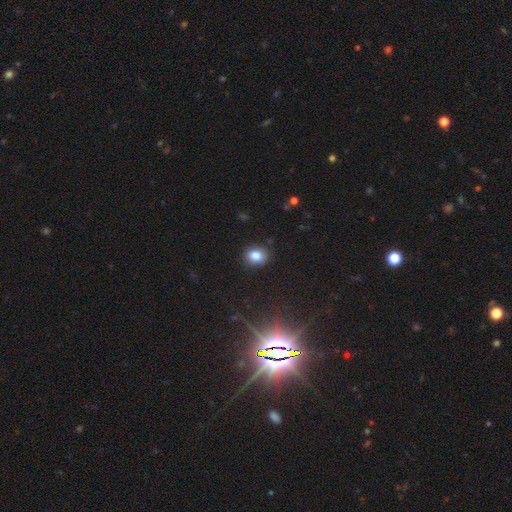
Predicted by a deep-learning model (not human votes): A smooth galaxy with no disk features (83%) that is round (61%). Merging: none (88%).